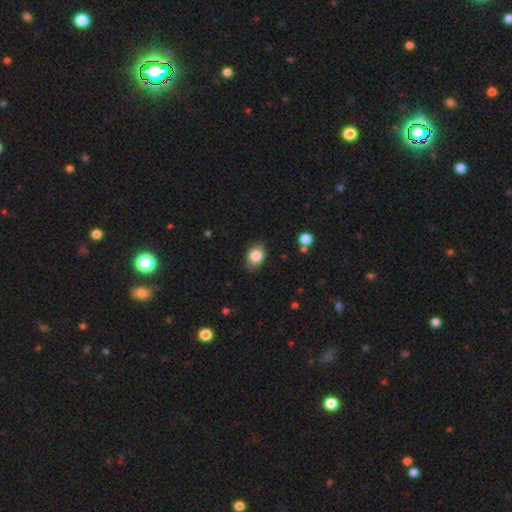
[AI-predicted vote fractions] Overall: smooth (83%). How rounded: in between (79%). Merging: none (83%).